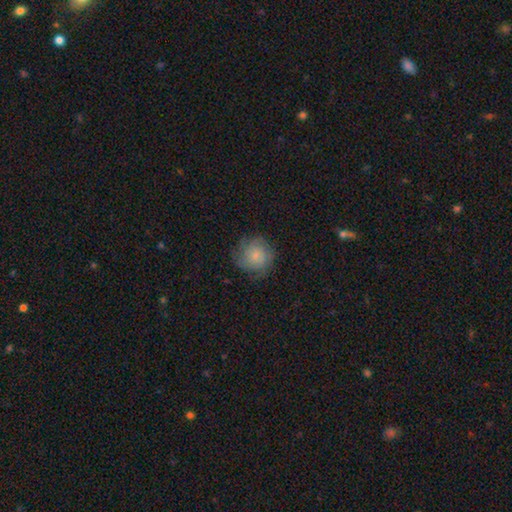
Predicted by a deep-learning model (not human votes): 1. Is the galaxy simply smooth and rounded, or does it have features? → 65% smooth, 27% featured or disk, 9% star or artifact.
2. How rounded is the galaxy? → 90% round, 9% in between, 1% cigar-shaped.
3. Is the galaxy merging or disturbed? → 71% none, 19% minor disturbance, 9% major disturbance, 1% merger.